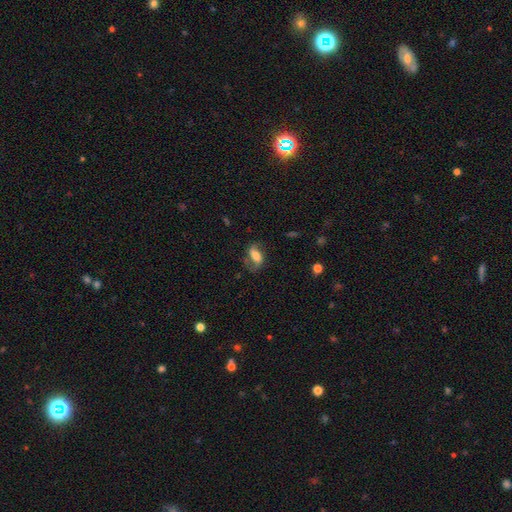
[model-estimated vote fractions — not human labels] Morphology: type=smooth (49%); merging=none (58%).